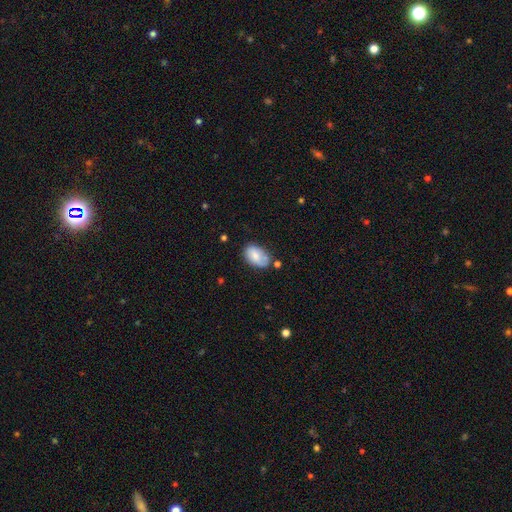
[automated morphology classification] Q: Smooth or featured?
A: smooth (74%); runner-up: featured or disk (19%)
Q: How rounded?
A: in between (91%); runner-up: round (8%)
Q: Merging?
A: none (58%); runner-up: minor disturbance (27%)